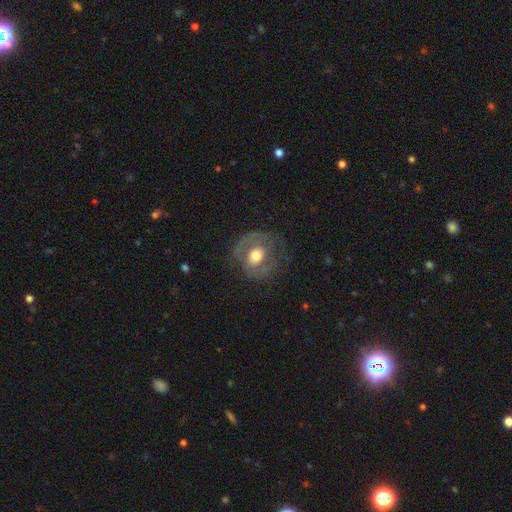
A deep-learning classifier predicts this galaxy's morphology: This appears to be a featured or disk galaxy (55%) with no bar (72%), no spiral arms (52%) and a moderate central bulge (63%). Merging: none (60%).